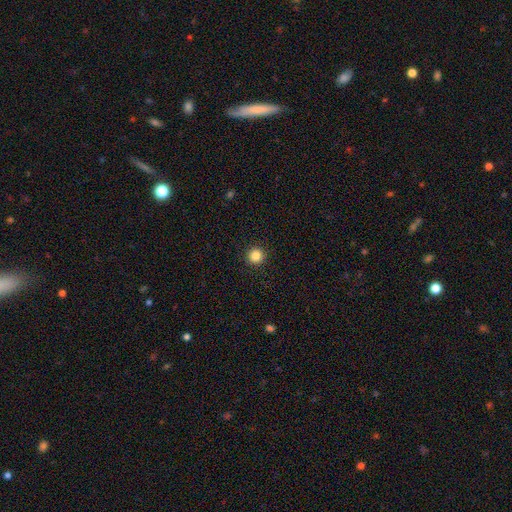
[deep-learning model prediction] Overall: smooth (84%). How rounded: round (96%). Merging: none (93%).